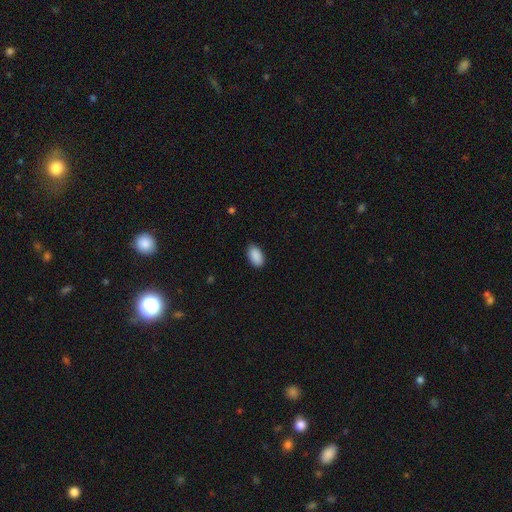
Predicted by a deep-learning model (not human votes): A smooth galaxy with no disk features (90%) that is in between round and cigar-shaped (95%). Merging: none (86%).